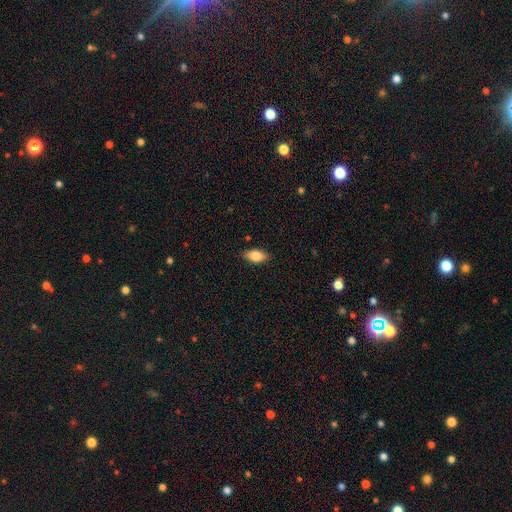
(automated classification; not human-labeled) smooth 81%, featured or disk 12%, star or artifact 7%. Down the decision tree: how rounded — in between (88%); merging — none (85%).